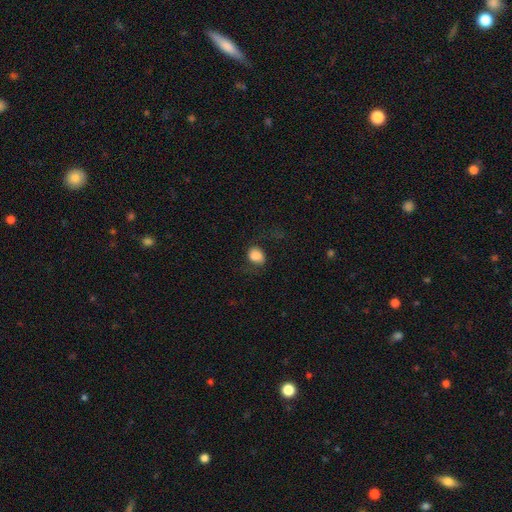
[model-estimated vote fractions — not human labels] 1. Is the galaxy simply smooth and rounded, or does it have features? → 74% smooth, 17% featured or disk, 10% star or artifact.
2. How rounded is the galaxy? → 54% in between, 45% round, 1% cigar-shaped.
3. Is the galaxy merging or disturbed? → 58% none, 21% minor disturbance, 19% major disturbance, 2% merger.